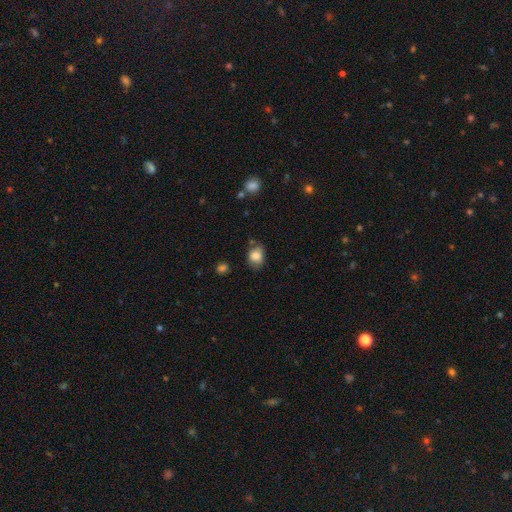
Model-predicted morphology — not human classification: type=smooth (81%); roundness=in between (61%); merging=none (69%).